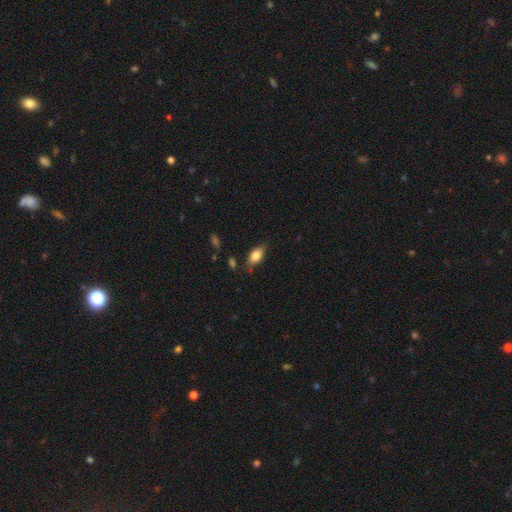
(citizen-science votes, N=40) A smooth galaxy with no disk features (85%) that is in between round and cigar-shaped (91%). Merging: minor disturbance (50%).